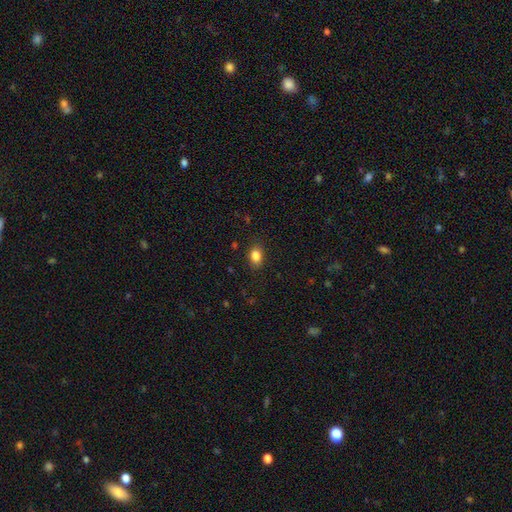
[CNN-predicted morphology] type=smooth (85%); roundness=in between (75%); merging=none (85%).